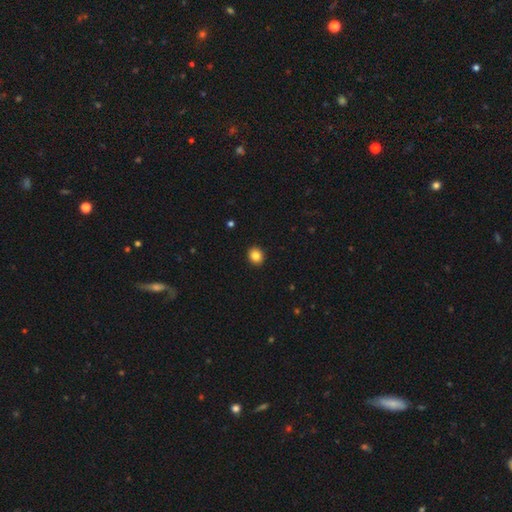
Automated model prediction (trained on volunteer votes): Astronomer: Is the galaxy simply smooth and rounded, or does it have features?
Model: smooth — 84%.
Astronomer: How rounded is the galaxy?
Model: round — 77%.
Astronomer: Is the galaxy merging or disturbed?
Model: none — 93%.